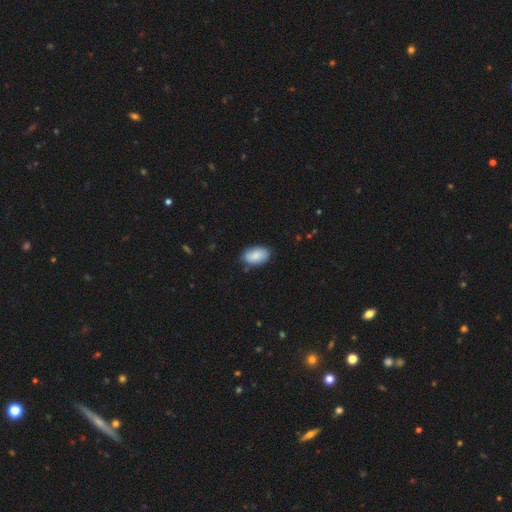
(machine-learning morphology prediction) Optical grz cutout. It shows a smooth galaxy with no disk features (85%) that is in between round and cigar-shaped (93%). Merging: none (78%).